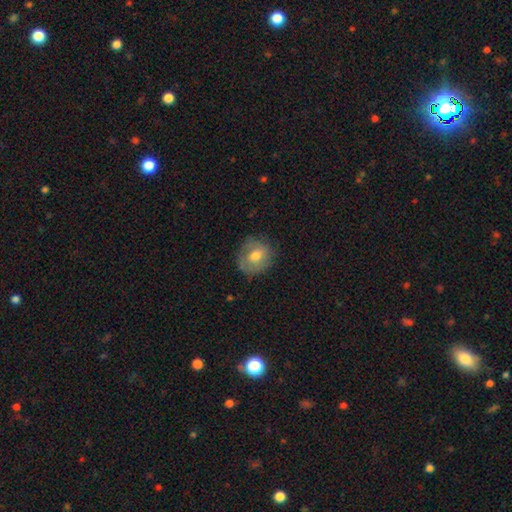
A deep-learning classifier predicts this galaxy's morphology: Overall: smooth (63%; featured or disk 29%). How rounded: round (75%). Merging: none (72%).